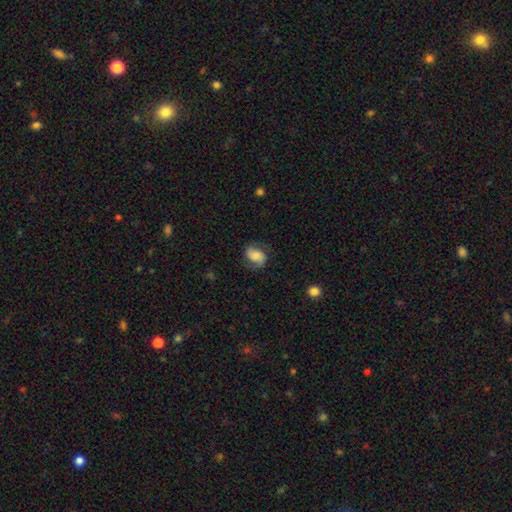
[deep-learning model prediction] This is possibly a smooth galaxy (49%). Merging: likely none (71%).